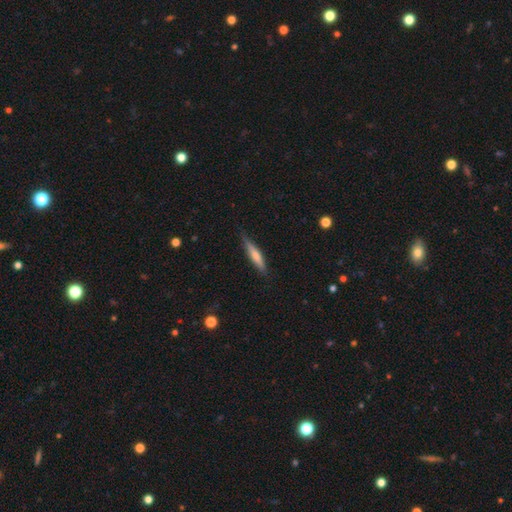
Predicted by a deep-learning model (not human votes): Smooth or featured? smooth (60%)
How rounded? cigar-shaped (88%)
Merging? none (82%)